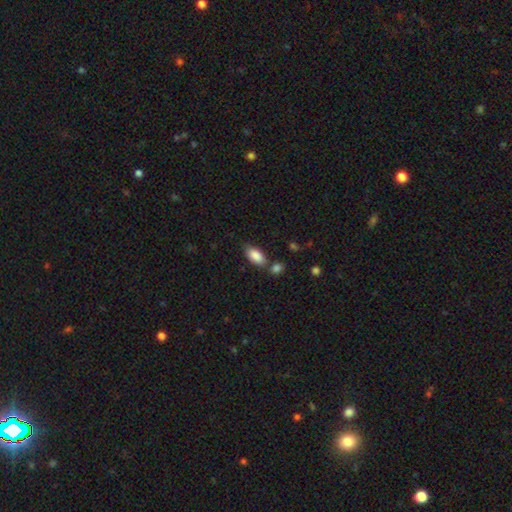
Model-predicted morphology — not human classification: Smooth or featured? Predicted: smooth (p=0.88). How rounded? Predicted: in between (p=0.92). Merging? Predicted: none (p=0.67).